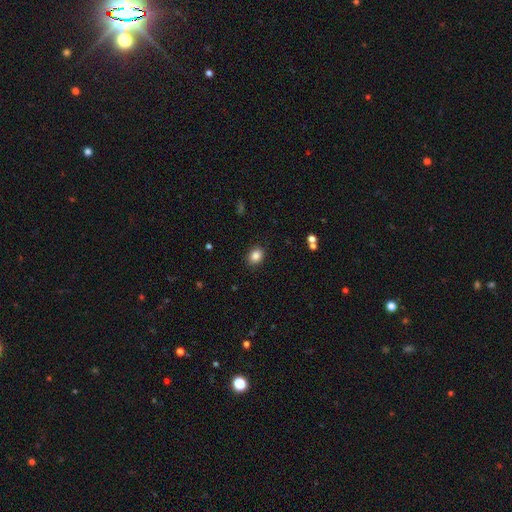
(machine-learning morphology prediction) The model was most divided on "how rounded": in between: 57%, round: 43%, cigar-shaped: 1%. More confident: merging — none (88%); smooth or featured — smooth (85%).